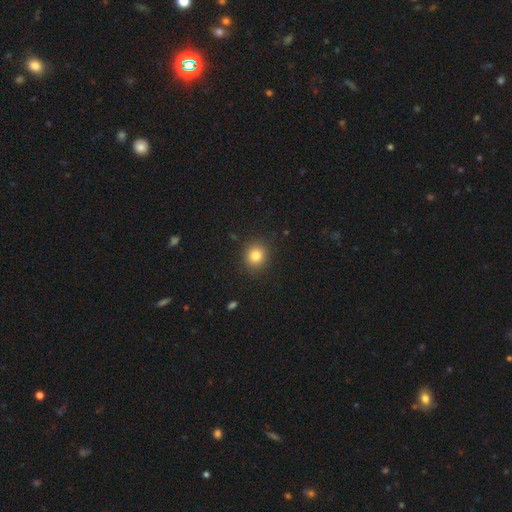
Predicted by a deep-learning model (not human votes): smooth_or_featured: smooth (p=0.83) [alt: star or artifact p=0.11]
how_rounded: round (p=0.84) [alt: in between p=0.16]
merging: none (p=0.89) [alt: minor disturbance p=0.08]